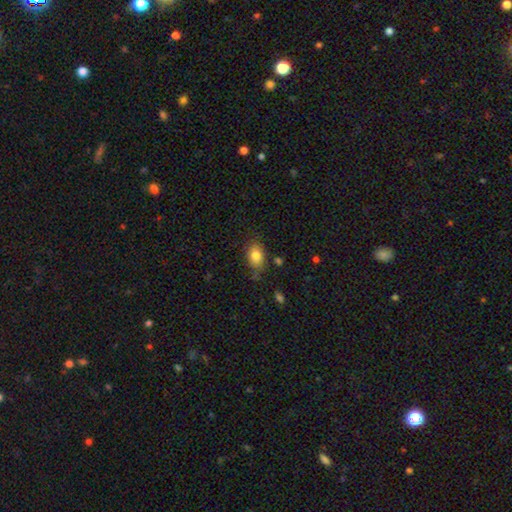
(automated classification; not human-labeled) Smooth or featured?
  - smooth: 83% *
  - featured or disk: 9%
  - star or artifact: 8%
How rounded?
  - in between: 83% *
  - round: 15%
  - cigar-shaped: 2%
Merging?
  - none: 73% *
  - minor disturbance: 20%
  - major disturbance: 5%
  - merger: 3%